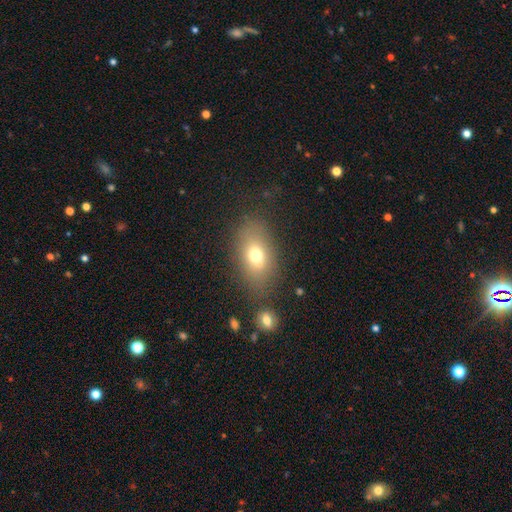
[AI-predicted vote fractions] Smooth or featured? Predicted: smooth (p=0.67). How rounded? Predicted: in between (p=0.77). Merging? Predicted: none (p=0.65).